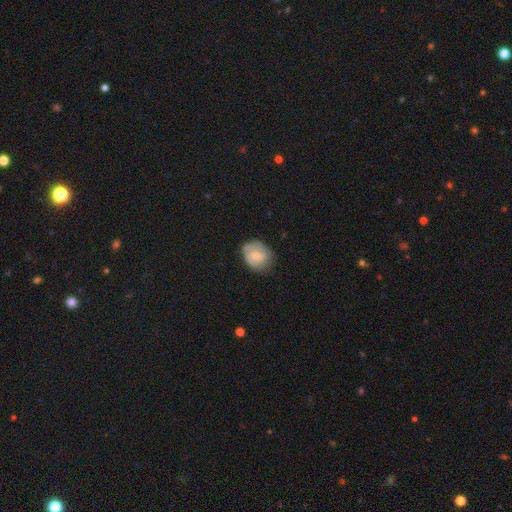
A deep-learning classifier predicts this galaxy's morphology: type=smooth (54%); roundness=round (53%); merging=none (62%).